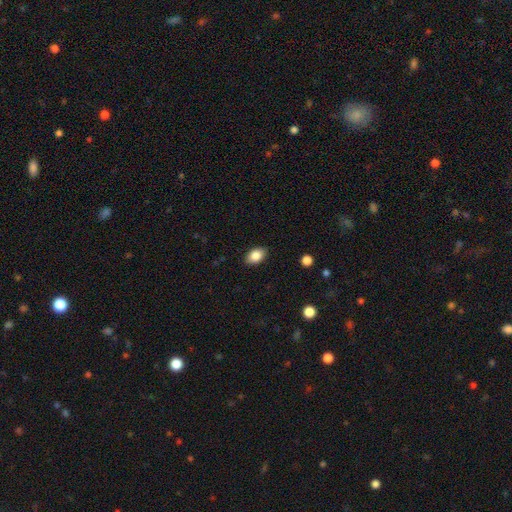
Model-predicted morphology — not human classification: Overall: smooth (85%). How rounded: in between (86%). Merging: none (87%).